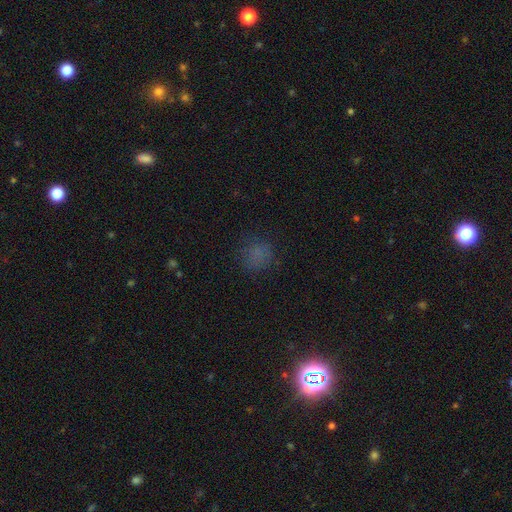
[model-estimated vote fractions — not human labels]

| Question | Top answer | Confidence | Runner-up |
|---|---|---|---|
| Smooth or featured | smooth | 68% | star or artifact (25%) |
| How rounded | round | 83% | in between (16%) |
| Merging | none | 79% | minor disturbance (13%) |